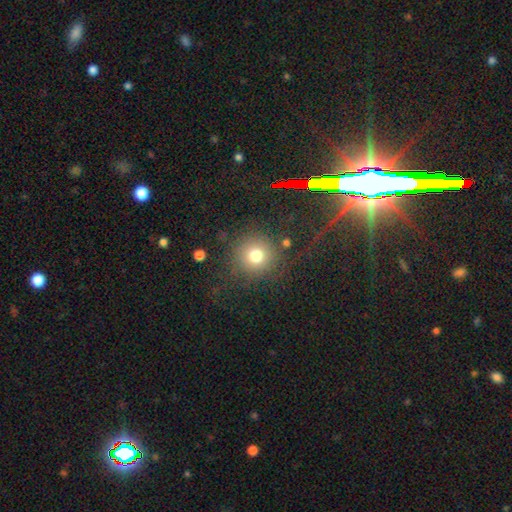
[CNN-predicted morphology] smooth_or_featured: smooth (p=0.74) [alt: star or artifact p=0.16]
how_rounded: round (p=0.93) [alt: in between p=0.06]
merging: none (p=0.79) [alt: minor disturbance p=0.09]